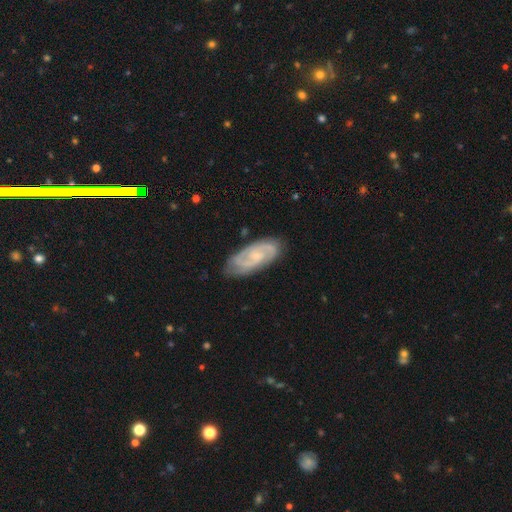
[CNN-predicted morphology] This appears to be a featured or disk galaxy (81%) with no bar (54%), 2 (69%) tight (48%) spiral arms (96%) and a small central bulge (60%). Merging: none (80%).